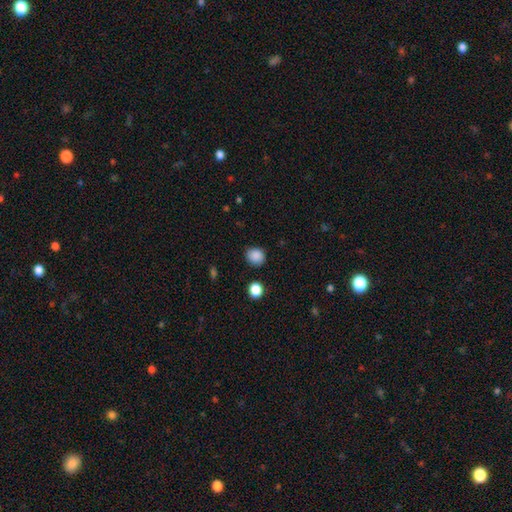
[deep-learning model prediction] The model was most divided on "how rounded": round: 79%, in between: 20%, cigar-shaped: 1%. More confident: smooth or featured — smooth (87%); merging — none (84%).